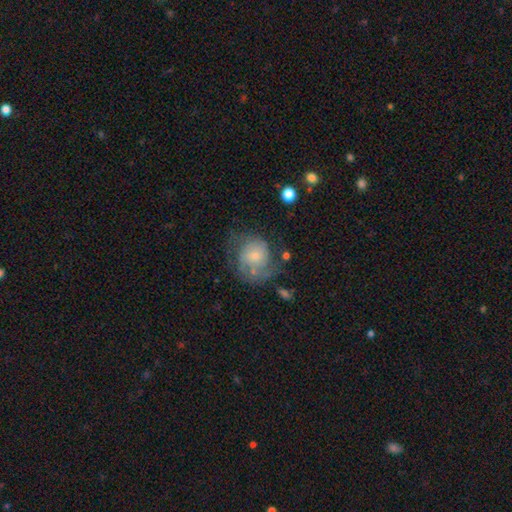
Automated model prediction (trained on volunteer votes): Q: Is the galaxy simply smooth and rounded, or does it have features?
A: featured or disk — 62%.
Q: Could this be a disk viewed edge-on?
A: no — 98%.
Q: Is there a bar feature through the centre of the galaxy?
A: no — 73%.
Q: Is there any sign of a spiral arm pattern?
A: yes — 85%.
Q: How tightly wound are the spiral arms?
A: tight — 43%.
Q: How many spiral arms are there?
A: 2 — 51%.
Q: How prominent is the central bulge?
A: small — 58%.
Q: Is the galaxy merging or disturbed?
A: none — 57%.